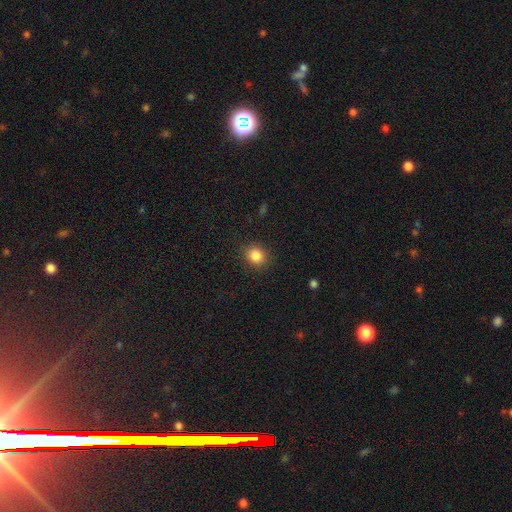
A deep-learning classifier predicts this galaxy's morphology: Overall: smooth (85%). How rounded: round (79%). Merging: none (88%).